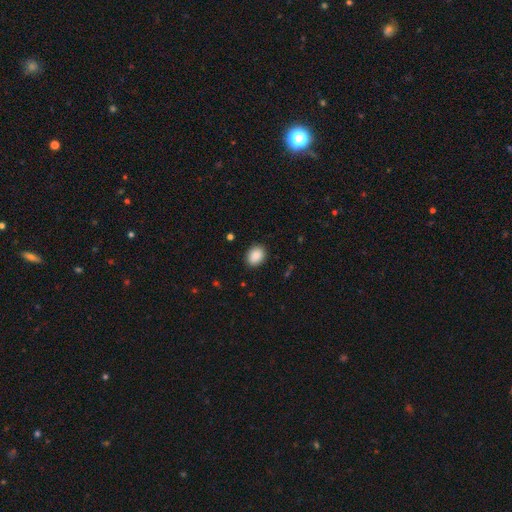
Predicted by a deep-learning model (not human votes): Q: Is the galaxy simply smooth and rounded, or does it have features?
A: smooth — 89%.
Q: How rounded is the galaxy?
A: in between — 66%.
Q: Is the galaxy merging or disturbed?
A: none — 89%.